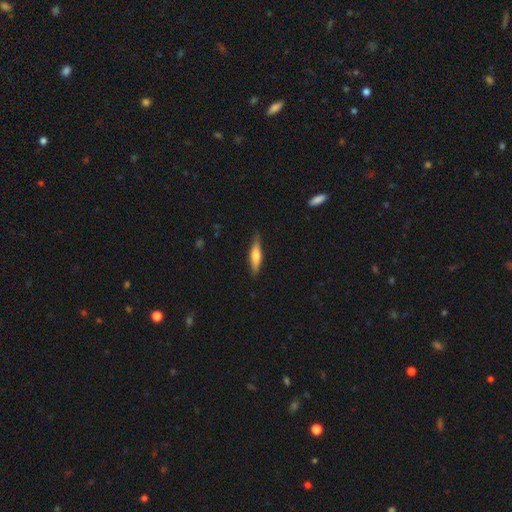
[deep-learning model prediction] This appears to be a smooth galaxy with no disk features (56%) that is cigar-shaped (79%). Merging: none (85%).